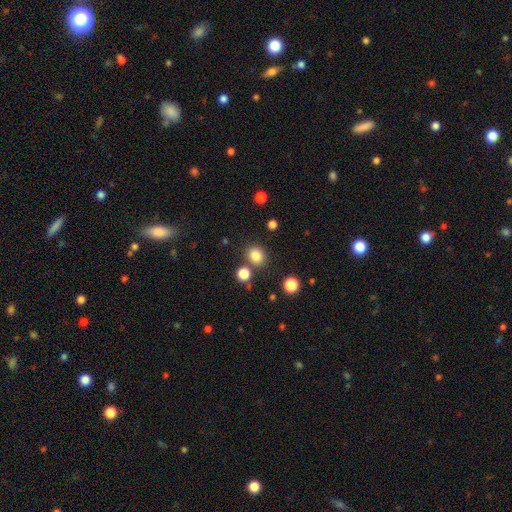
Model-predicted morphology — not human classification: Q: Smooth or featured?
A: smooth (82%); runner-up: star or artifact (13%)
Q: How rounded?
A: round (70%); runner-up: in between (29%)
Q: Merging?
A: none (79%); runner-up: merger (9%)